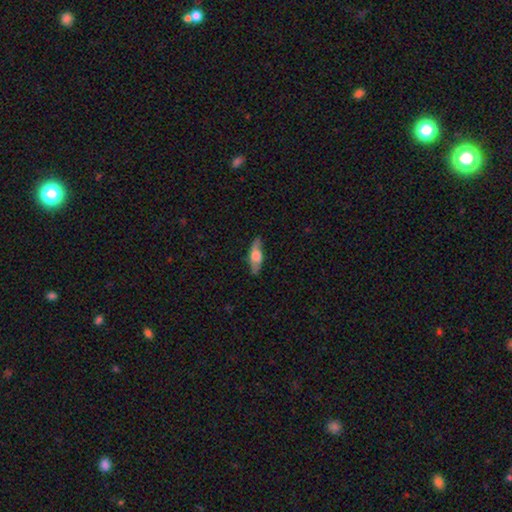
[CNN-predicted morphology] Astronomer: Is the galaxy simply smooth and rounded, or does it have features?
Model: smooth — 53% (runner-up: featured or disk, 41%).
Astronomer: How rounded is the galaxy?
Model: in between — 51% (runner-up: cigar-shaped, 46%).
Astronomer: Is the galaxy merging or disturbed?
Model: none — 83%.